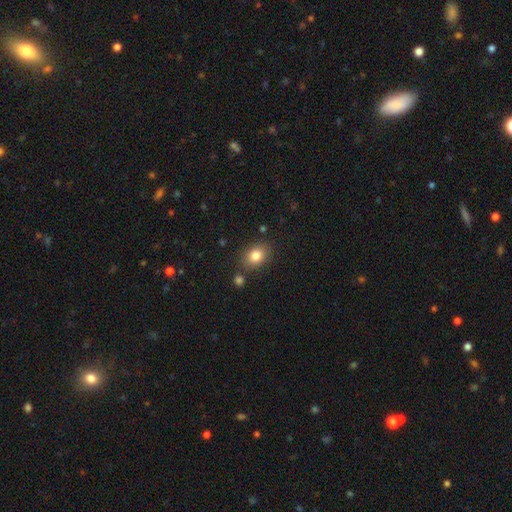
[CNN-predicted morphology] This appears to be a smooth galaxy with no disk features (83%) that is in between round and cigar-shaped (64%). Merging: none (79%).